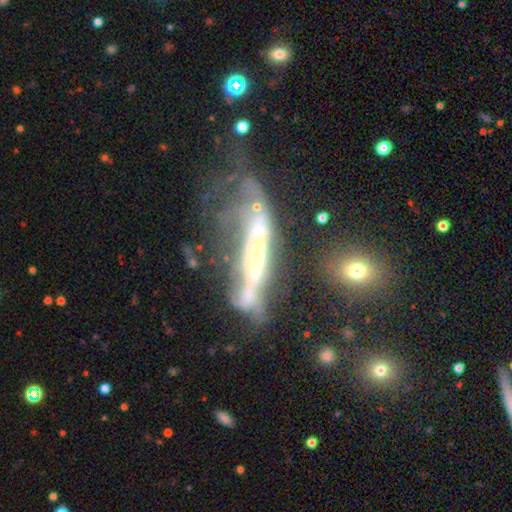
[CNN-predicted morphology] Q: Smooth or featured?
A: featured or disk (70%); runner-up: smooth (18%)
Q: Edge-on disk?
A: no (54%); runner-up: yes (46%)
Q: Merging?
A: major disturbance (40%); runner-up: none (22%)